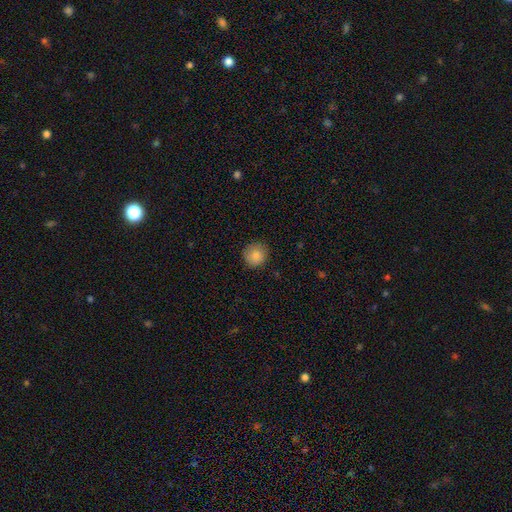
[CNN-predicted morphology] A smooth galaxy with no disk features (85%) that is round (93%).

Vote fractions:
- Smooth or featured? smooth: 85% / star or artifact: 9% / featured or disk: 6%
- How rounded? round: 93% / in between: 6% / cigar-shaped: 1%
- Merging? none: 87% / minor disturbance: 10% / major disturbance: 2% / merger: 1%